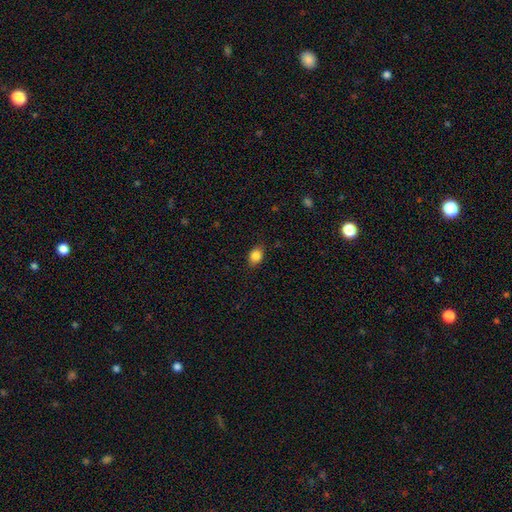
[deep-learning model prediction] Overall: smooth (85%). How rounded: in between (68%; round 31%). Merging: none (85%).